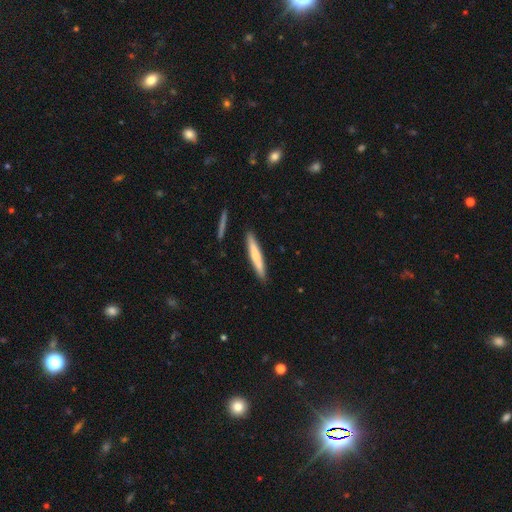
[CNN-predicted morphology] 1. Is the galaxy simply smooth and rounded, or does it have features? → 61% smooth, 33% featured or disk, 5% star or artifact.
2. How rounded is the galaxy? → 94% cigar-shaped, 4% in between, 1% round.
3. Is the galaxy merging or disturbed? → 89% none, 7% minor disturbance, 2% merger, 2% major disturbance.